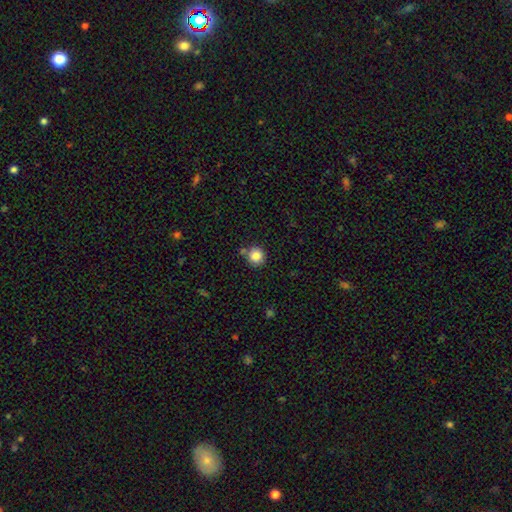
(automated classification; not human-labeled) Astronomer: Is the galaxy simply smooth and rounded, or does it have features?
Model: smooth — 85%.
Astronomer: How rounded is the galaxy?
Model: round — 93%.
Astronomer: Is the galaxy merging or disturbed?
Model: none — 77%.